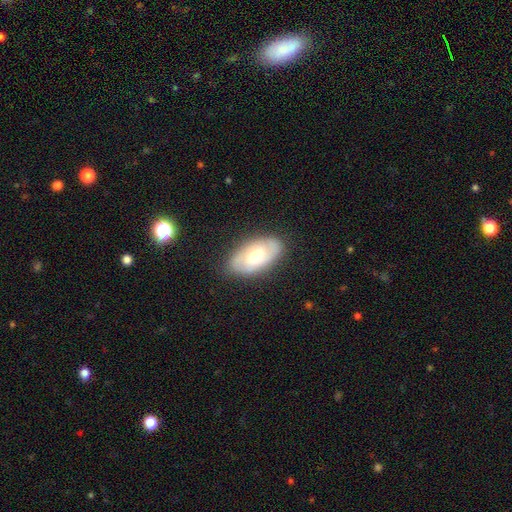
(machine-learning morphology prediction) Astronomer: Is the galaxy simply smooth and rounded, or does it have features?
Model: smooth — 49% (runner-up: featured or disk, 45%).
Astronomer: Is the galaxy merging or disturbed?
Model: none — 81%.